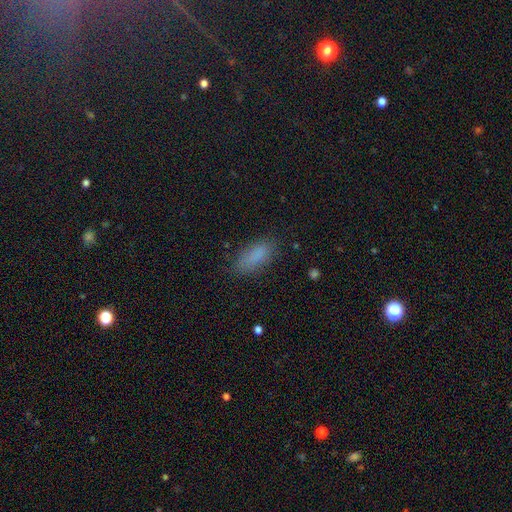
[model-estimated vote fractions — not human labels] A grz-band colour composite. It shows a smooth galaxy with no disk features (85%) that is in between round and cigar-shaped (80%). Merging: none (80%).